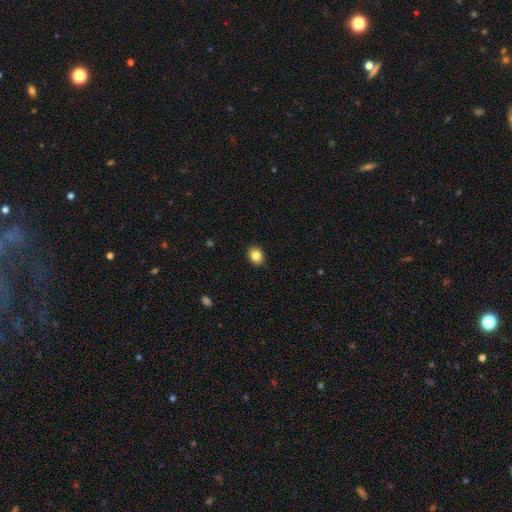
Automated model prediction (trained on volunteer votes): The model was most divided on "how rounded": round: 60%, in between: 39%, cigar-shaped: 1%. More confident: merging — none (90%); smooth or featured — smooth (85%).